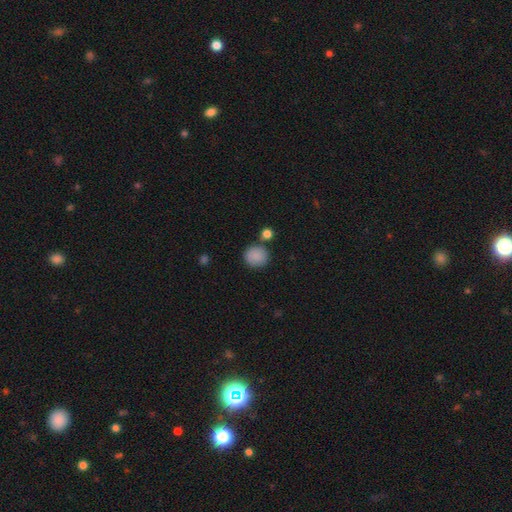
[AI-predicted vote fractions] Overall: smooth (87%). How rounded: round (85%). Merging: none (77%).